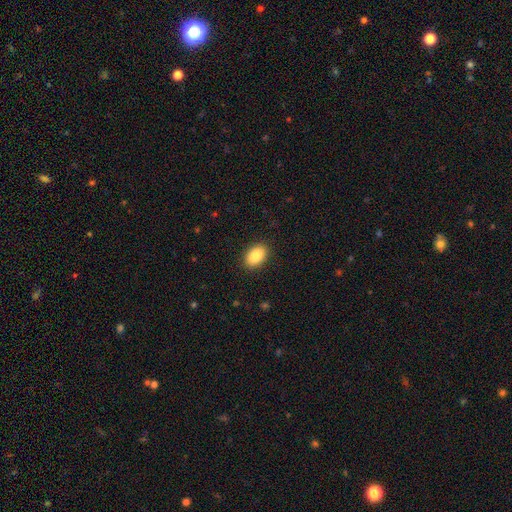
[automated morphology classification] A smooth galaxy with no disk features (87%) that is in between round and cigar-shaped (88%).

Vote fractions:
- Smooth or featured? smooth: 87% / star or artifact: 7% / featured or disk: 6%
- How rounded? in between: 88% / round: 11% / cigar-shaped: 1%
- Merging? none: 90% / minor disturbance: 7% / major disturbance: 2% / merger: 1%